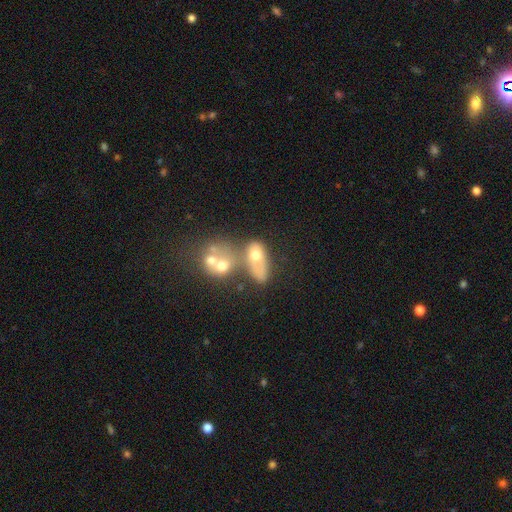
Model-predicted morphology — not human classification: This appears to be a smooth galaxy with no disk features (53%) that is in between round and cigar-shaped (72%). Merging: merger (62%).